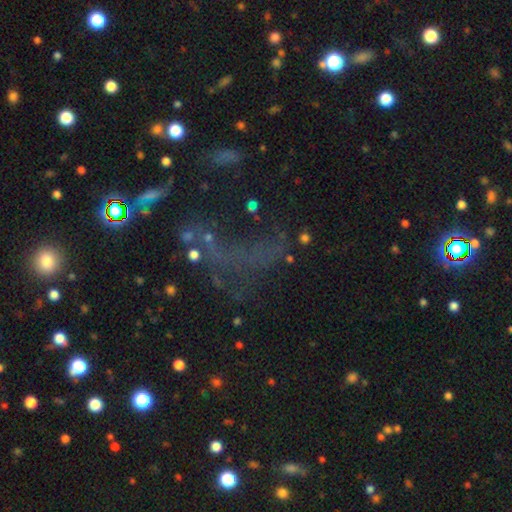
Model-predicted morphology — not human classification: The model was most divided on "smooth or featured": star or artifact: 44%, featured or disk: 29%, smooth: 28%.